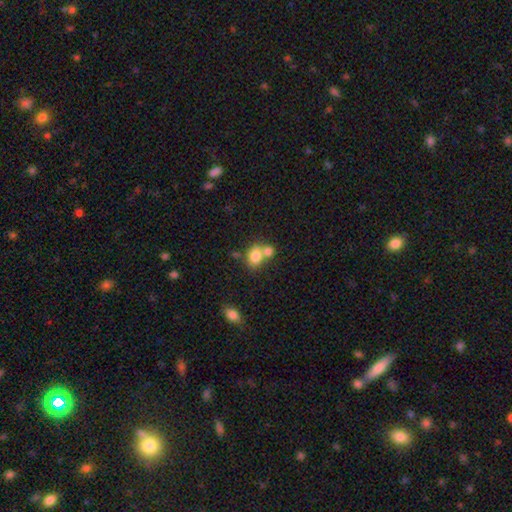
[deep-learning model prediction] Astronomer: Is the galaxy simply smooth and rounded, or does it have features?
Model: smooth — 80%.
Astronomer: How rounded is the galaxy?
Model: in between — 58% (runner-up: round, 41%).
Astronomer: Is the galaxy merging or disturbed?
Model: merger — 50% (runner-up: none, 37%).